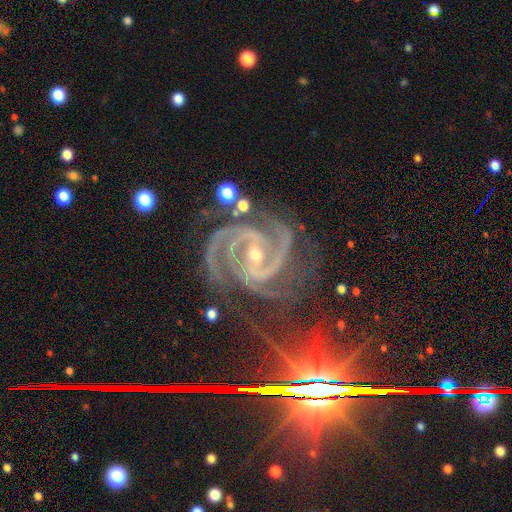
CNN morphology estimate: A featured or disk galaxy (92%) with a strong bar (38%), 3 (42%) tight (62%) spiral arms (99%) and a small central bulge (66%).

Vote fractions:
- Smooth or featured? featured or disk: 92% / star or artifact: 6% / smooth: 2%
- Edge-on disk? no: 98% / yes: 2%
- Bar? strong: 38% / weak: 35% / no: 27%
- Spiral arms? yes: 99% / no: 1%
- Spiral winding? tight: 62% / medium: 34% / loose: 4%
- Spiral arm count? 3: 42% / 2: 18% / 4: 18% / can't tell: 8% / more than 4: 7% / 1: 6%
- Bulge size? small: 66% / moderate: 31% / large: 1% / none: 1% / dominant: 1%
- Merging? none: 63% / minor disturbance: 20% / major disturbance: 13% / merger: 4%